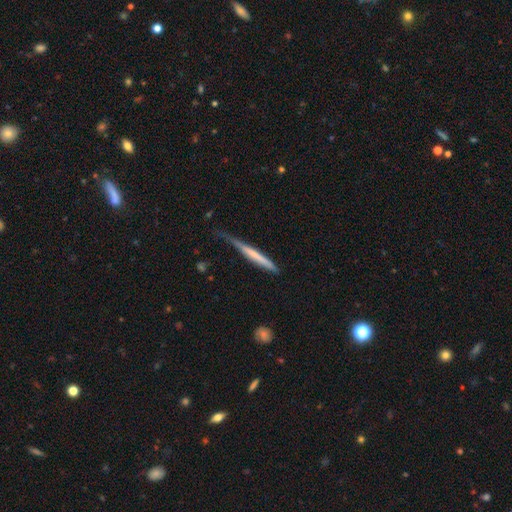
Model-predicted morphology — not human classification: This is possibly a smooth galaxy (52%). How rounded: clearly cigar-shaped (96%). Merging: possibly none (51%).